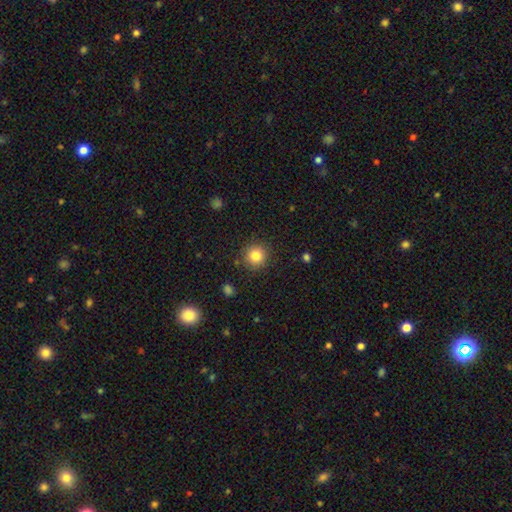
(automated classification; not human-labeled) This is clearly a smooth galaxy (83%). How rounded: clearly round (93%). Merging: clearly none (87%).